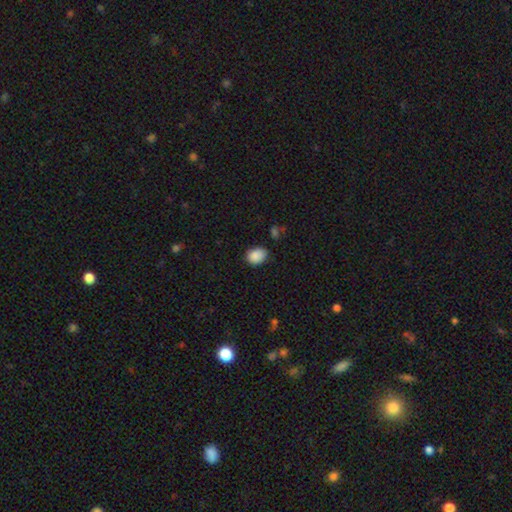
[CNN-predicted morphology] smooth_or_featured: smooth (p=0.88) [alt: star or artifact p=0.08]
how_rounded: in between (p=0.65) [alt: round p=0.35]
merging: none (p=0.74) [alt: minor disturbance p=0.20]